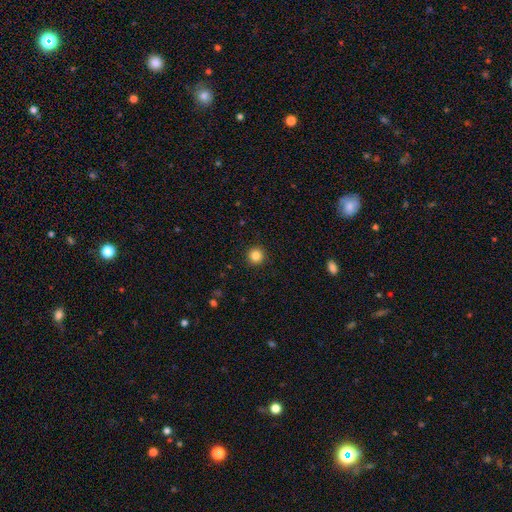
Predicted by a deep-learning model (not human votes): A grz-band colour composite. It shows a smooth galaxy with no disk features (85%) that is round (95%). Merging: none (93%).